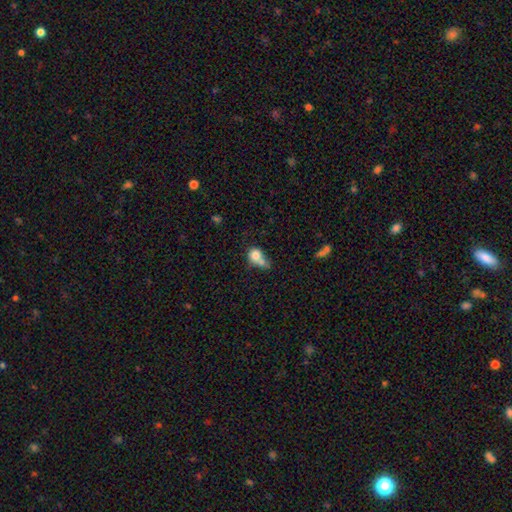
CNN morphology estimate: Smooth or featured? smooth (75%)
How rounded? round (65%)
Merging? merger (57%)